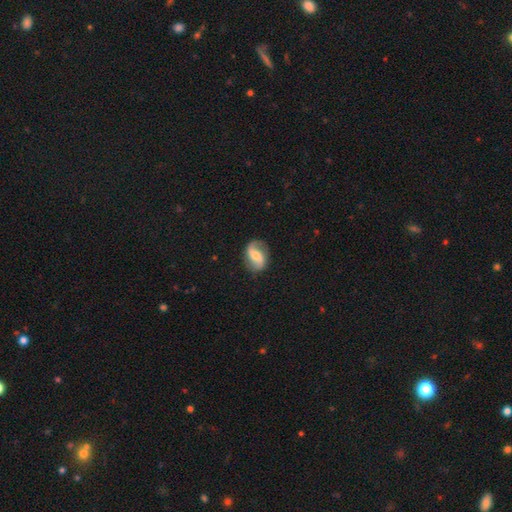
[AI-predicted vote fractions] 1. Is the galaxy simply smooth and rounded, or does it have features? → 73% featured or disk, 21% smooth, 6% star or artifact.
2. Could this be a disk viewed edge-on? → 97% no, 3% yes.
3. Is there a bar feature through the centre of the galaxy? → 37% weak, 35% no, 28% strong.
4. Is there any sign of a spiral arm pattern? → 92% yes, 8% no.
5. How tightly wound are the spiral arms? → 58% loose, 31% medium, 12% tight.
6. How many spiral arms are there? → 88% 2, 6% 1, 4% can't tell, 1% 3, 1% 4, 1% more than 4.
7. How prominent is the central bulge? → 54% moderate, 37% small, 5% large, 3% none, 1% dominant.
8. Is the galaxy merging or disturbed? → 79% none, 14% minor disturbance, 5% major disturbance, 1% merger.